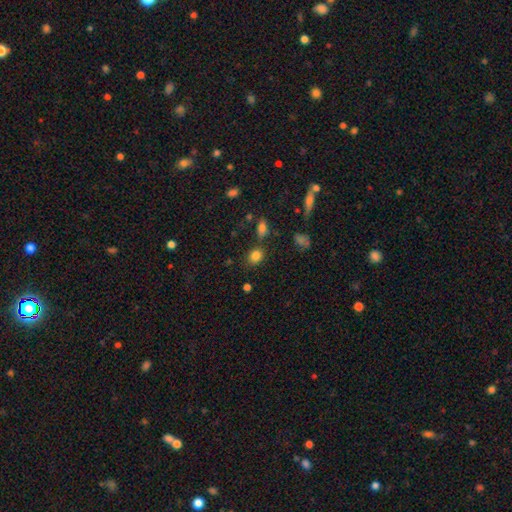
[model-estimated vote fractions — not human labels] Morphology: type=smooth (83%); roundness=round (51%); merging=none (76%).